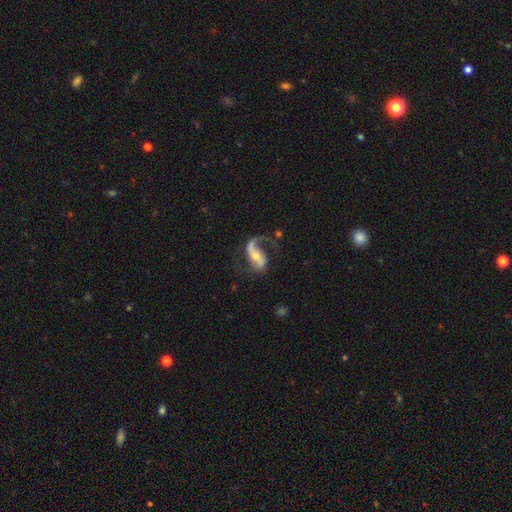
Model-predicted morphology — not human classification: This is clearly a featured or disk galaxy (83%). It is clearly not viewed edge-on (95%). Bar: marginally strong (41%). Spiral arm pattern: clearly yes (94%). Spiral arm count: likely 2 (67%). Spiral winding: likely loose (61%). Central bulge: possibly moderate (49%). Merging: possibly none (55%).